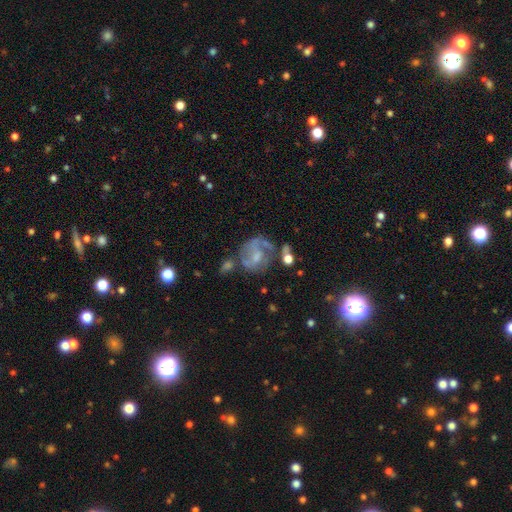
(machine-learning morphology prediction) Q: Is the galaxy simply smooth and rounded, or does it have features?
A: featured or disk — 67%.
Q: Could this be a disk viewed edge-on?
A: no — 97%.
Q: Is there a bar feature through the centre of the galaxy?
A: weak — 46%.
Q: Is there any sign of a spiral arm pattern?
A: yes — 78%.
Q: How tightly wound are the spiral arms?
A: medium — 45%.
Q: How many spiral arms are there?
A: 2 — 53%.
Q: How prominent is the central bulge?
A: small — 51%.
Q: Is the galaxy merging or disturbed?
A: none — 50%.